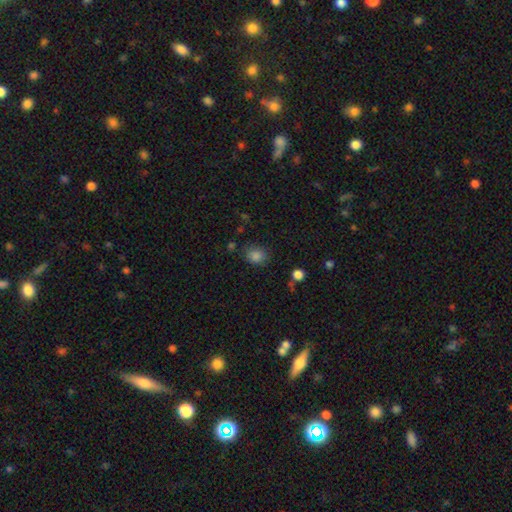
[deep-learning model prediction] Morphology: type=smooth (85%); roundness=round (53%); merging=none (78%).